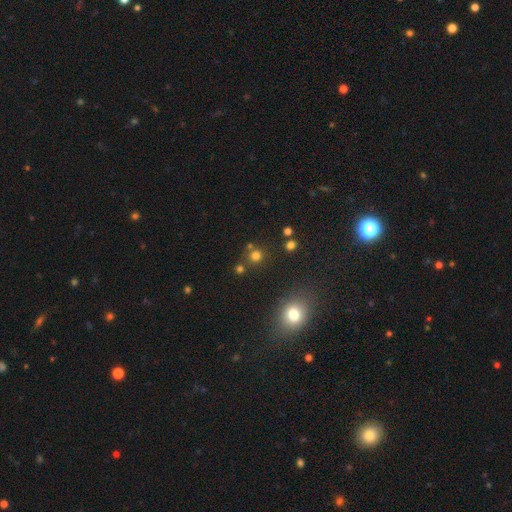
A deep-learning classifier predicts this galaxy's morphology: Q: Smooth or featured?
A: smooth (70%); runner-up: star or artifact (23%)
Q: How rounded?
A: round (91%); runner-up: in between (8%)
Q: Merging?
A: none (75%); runner-up: merger (14%)